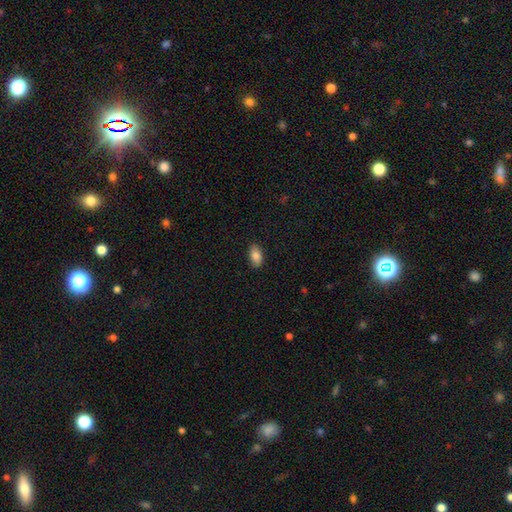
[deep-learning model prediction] smooth-or-featured: smooth: 85% | featured or disk: 7% | star or artifact: 7%
  how-rounded: in between: 93% | round: 5% | cigar-shaped: 2%
  merging: none: 88% | minor disturbance: 9% | major disturbance: 2% | merger: 1%